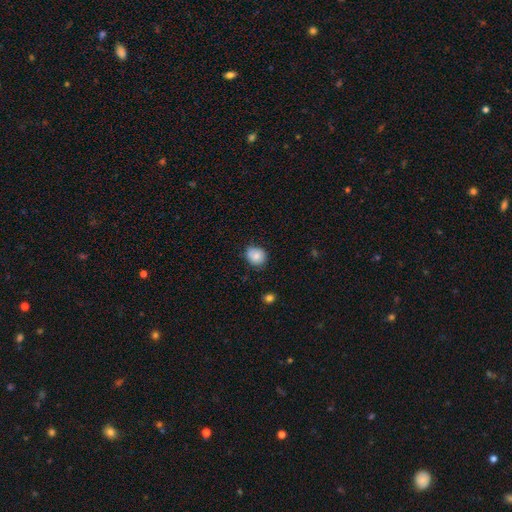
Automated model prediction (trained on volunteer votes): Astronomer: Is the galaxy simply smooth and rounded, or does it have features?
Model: smooth — 83%.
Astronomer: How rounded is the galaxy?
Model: round — 66%.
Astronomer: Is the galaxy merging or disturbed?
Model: none — 72%.